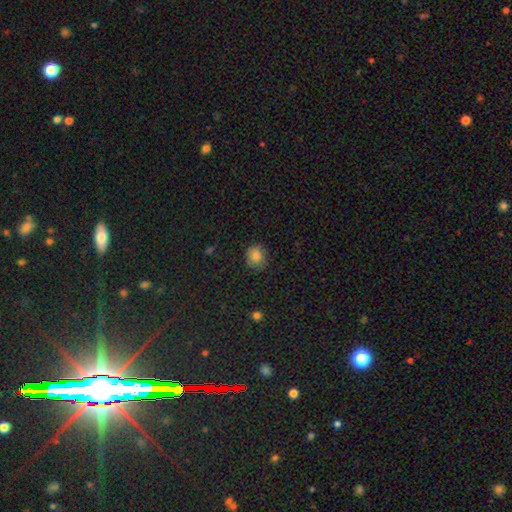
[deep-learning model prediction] This appears to be a smooth galaxy with no disk features (83%) that is round (73%). Merging: none (82%).